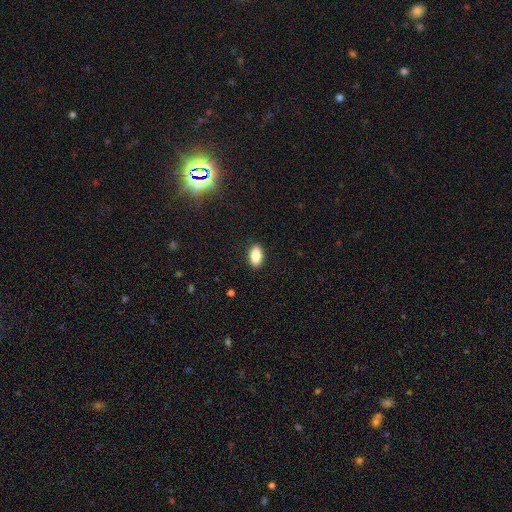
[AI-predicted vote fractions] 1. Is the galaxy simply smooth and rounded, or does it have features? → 86% smooth, 8% star or artifact, 7% featured or disk.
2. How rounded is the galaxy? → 90% in between, 5% cigar-shaped, 5% round.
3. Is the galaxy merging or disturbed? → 89% none, 8% minor disturbance, 2% major disturbance, 1% merger.